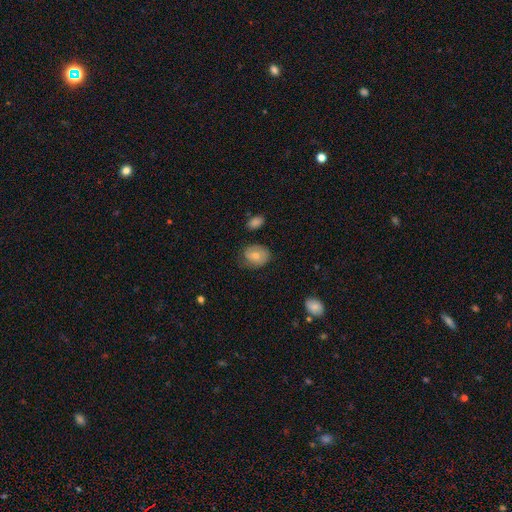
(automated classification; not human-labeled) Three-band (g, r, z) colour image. It shows a smooth galaxy with no disk features (69%) that is in between round and cigar-shaped (55%). Merging: none (60%).